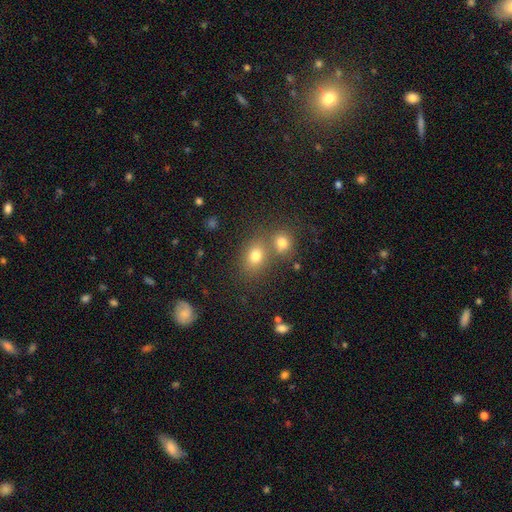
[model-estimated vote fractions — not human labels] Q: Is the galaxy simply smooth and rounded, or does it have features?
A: smooth — 76%.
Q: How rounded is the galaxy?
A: round — 54%.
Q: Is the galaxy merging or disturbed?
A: none — 54%.